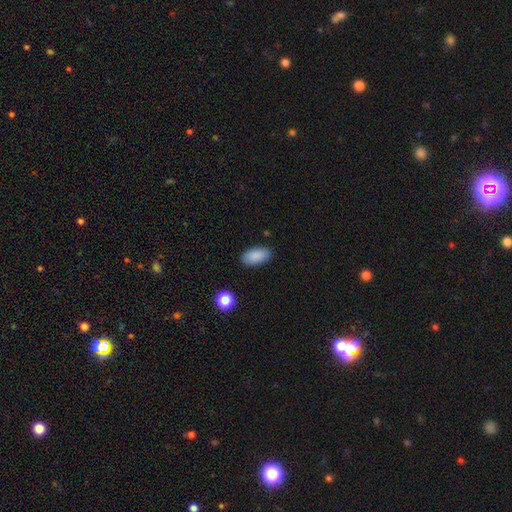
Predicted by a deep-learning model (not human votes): Smooth or featured? Predicted: smooth (p=0.89). How rounded? Predicted: in between (p=0.93). Merging? Predicted: none (p=0.87).